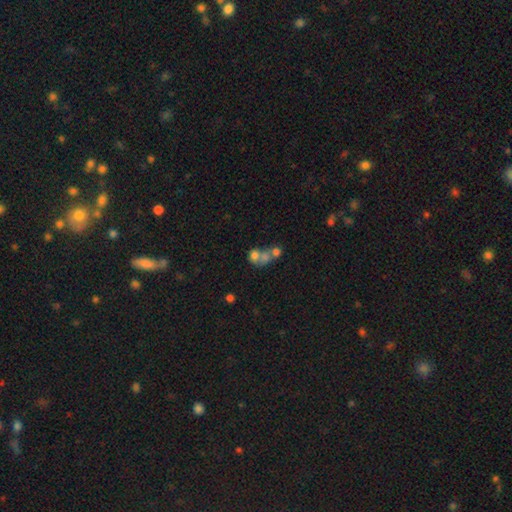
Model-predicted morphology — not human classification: Q: Smooth or featured?
A: smooth (63%); runner-up: featured or disk (23%)
Q: How rounded?
A: round (61%); runner-up: in between (37%)
Q: Merging?
A: merger (63%); runner-up: none (23%)